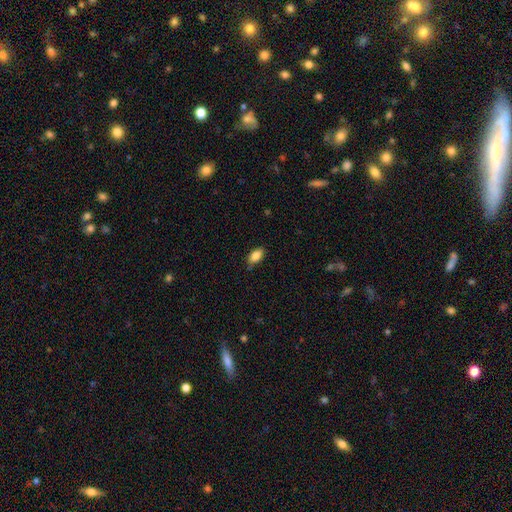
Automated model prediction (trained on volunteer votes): Overall: smooth (85%). How rounded: in between (91%). Merging: none (81%).